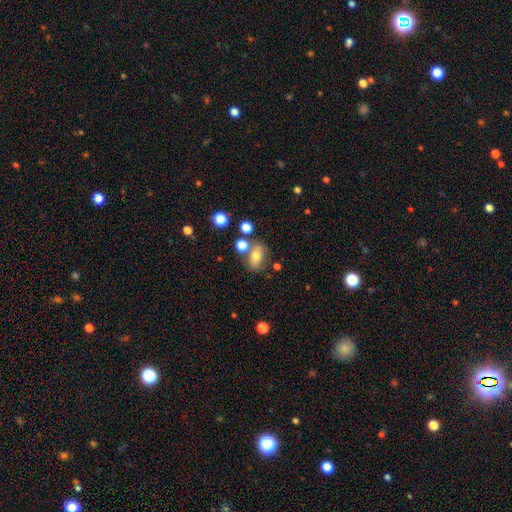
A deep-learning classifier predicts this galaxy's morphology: smooth_or_featured: smooth (p=0.70) [alt: featured or disk p=0.18]
how_rounded: in between (p=0.75) [alt: round p=0.22]
merging: none (p=0.62) [alt: merger p=0.18]